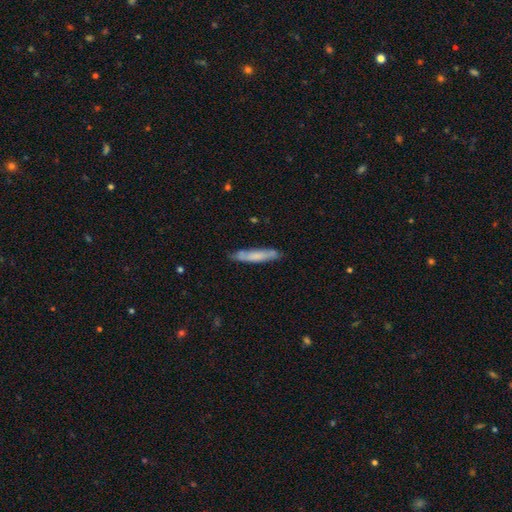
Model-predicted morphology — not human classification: The model was most divided on "smooth or featured": smooth: 64%, featured or disk: 30%, star or artifact: 6%. More confident: how rounded — cigar-shaped (91%); merging — none (81%).